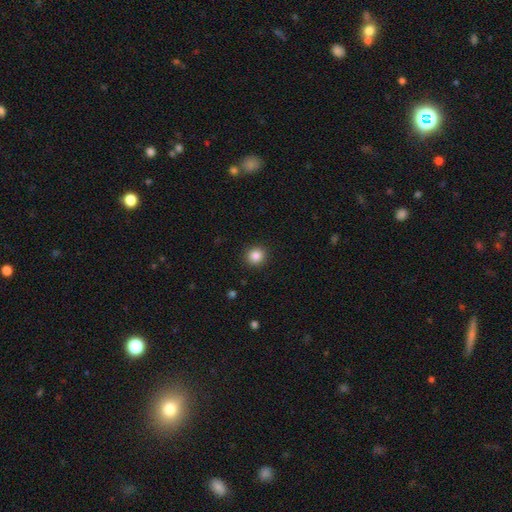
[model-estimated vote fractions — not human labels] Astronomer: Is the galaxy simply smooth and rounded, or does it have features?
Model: smooth — 85%.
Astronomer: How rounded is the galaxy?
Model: round — 90%.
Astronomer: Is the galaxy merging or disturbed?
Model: none — 92%.